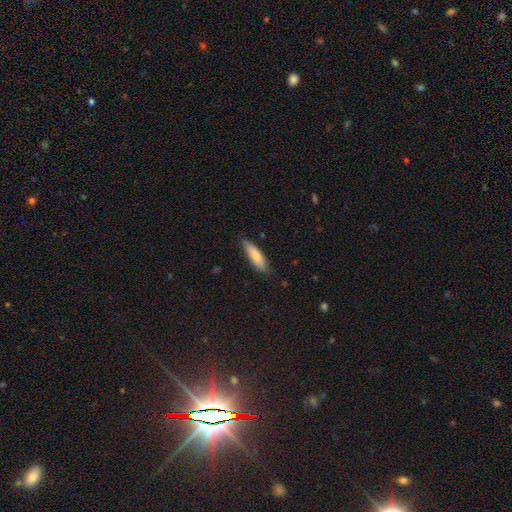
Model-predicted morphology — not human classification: A smooth galaxy with no disk features (79%) that is cigar-shaped (62%).

Vote fractions:
- Smooth or featured? smooth: 79% / featured or disk: 15% / star or artifact: 6%
- How rounded? cigar-shaped: 62% / in between: 36% / round: 2%
- Merging? none: 82% / minor disturbance: 15% / major disturbance: 2% / merger: 1%